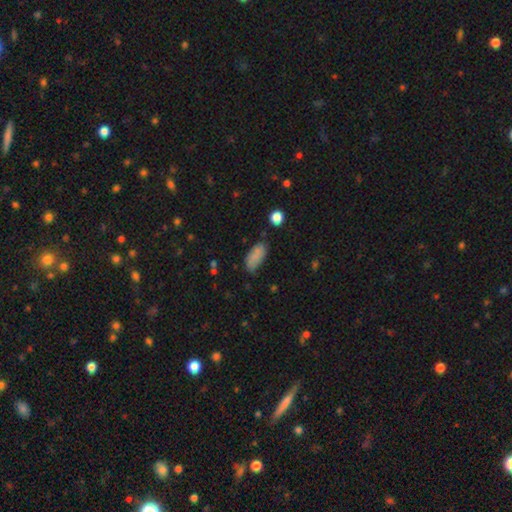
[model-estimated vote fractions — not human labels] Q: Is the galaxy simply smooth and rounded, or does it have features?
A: smooth — 81%.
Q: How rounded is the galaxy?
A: in between — 89%.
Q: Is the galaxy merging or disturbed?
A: none — 64%.